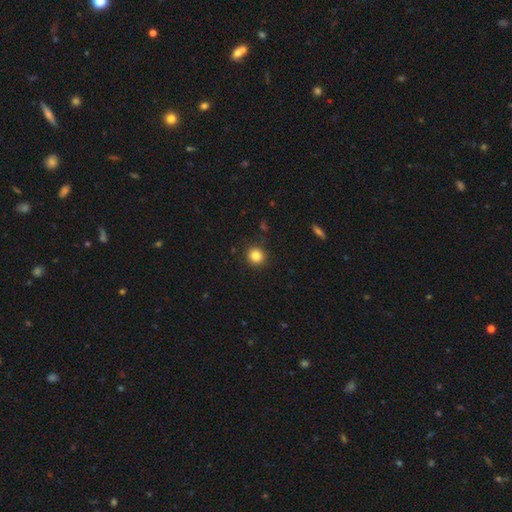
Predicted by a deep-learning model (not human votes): Smooth or featured?
  - smooth: 84% *
  - star or artifact: 11%
  - featured or disk: 5%
How rounded?
  - round: 92% *
  - in between: 7%
  - cigar-shaped: 1%
Merging?
  - none: 91% *
  - minor disturbance: 6%
  - major disturbance: 2%
  - merger: 1%